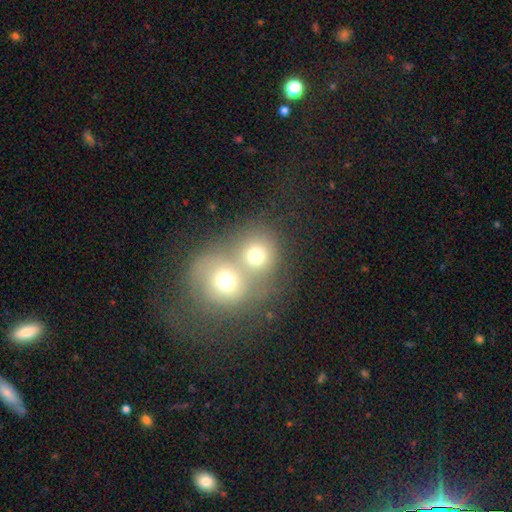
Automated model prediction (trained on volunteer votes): Q: Smooth or featured?
A: smooth (70%); runner-up: featured or disk (17%)
Q: How rounded?
A: round (79%); runner-up: in between (20%)
Q: Merging?
A: merger (67%); runner-up: none (25%)